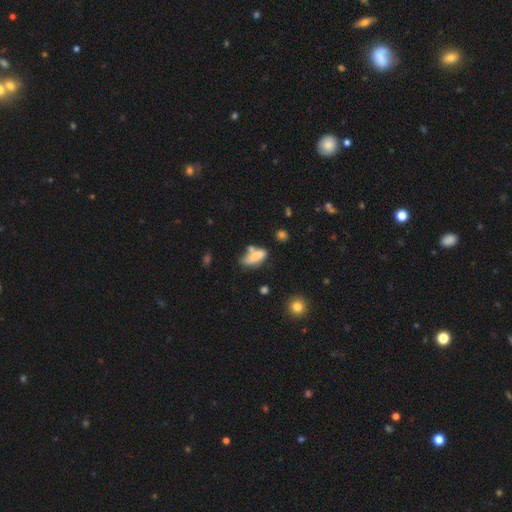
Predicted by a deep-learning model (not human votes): Q: Smooth or featured?
A: smooth (66%); runner-up: featured or disk (25%)
Q: How rounded?
A: in between (77%); runner-up: cigar-shaped (20%)
Q: Merging?
A: none (37%); runner-up: minor disturbance (25%)